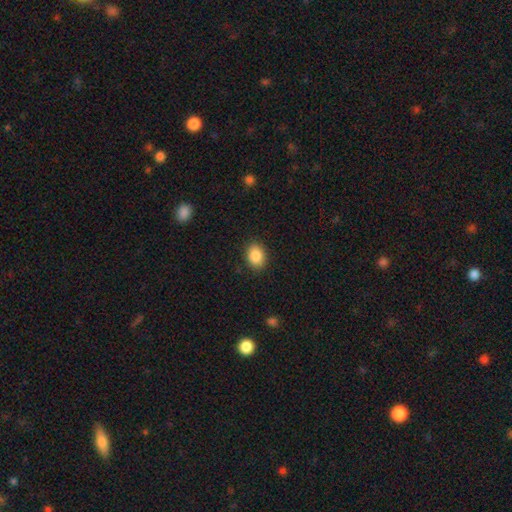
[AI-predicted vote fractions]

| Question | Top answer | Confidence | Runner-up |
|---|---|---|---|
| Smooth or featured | smooth | 87% | star or artifact (8%) |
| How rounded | in between | 69% | round (30%) |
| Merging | none | 88% | minor disturbance (9%) |